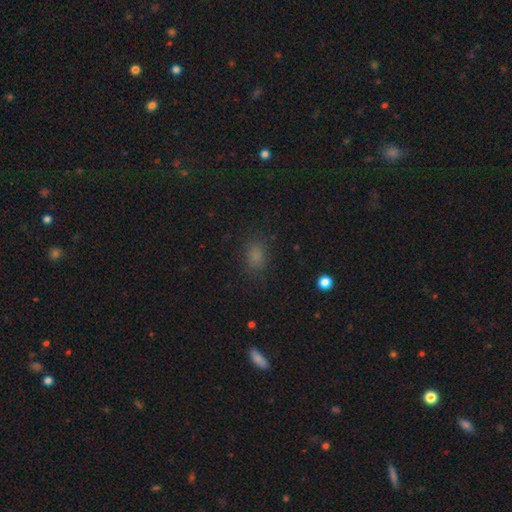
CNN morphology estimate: type=smooth (78%); roundness=in between (68%); merging=none (81%).